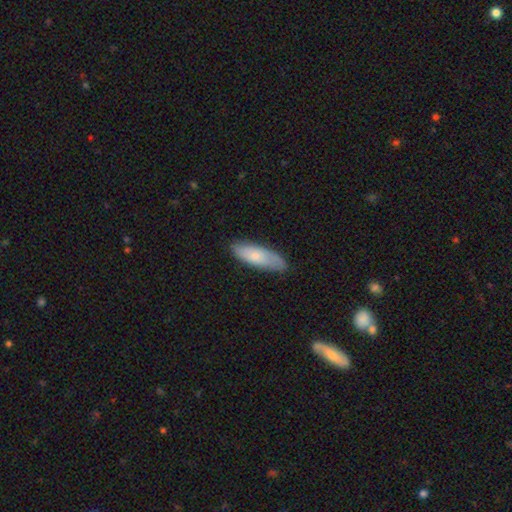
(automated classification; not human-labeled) smooth-or-featured: smooth: 67% | featured or disk: 28% | star or artifact: 6%
  how-rounded: in between: 60% | cigar-shaped: 38% | round: 2%
  merging: none: 79% | minor disturbance: 17% | major disturbance: 3% | merger: 1%